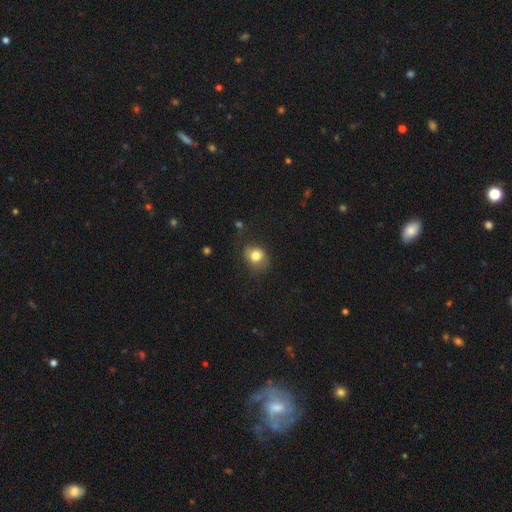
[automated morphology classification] type=smooth (80%); roundness=round (66%); merging=none (66%).